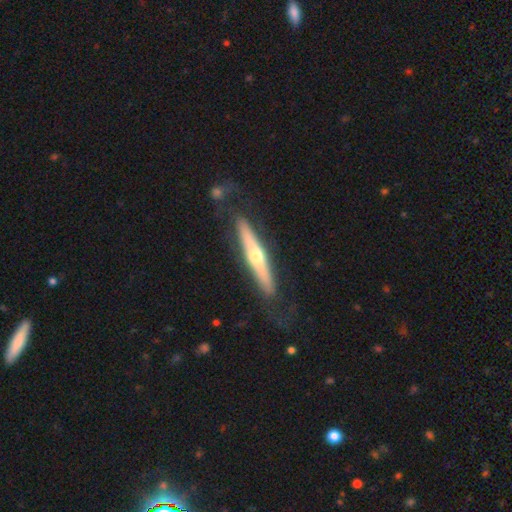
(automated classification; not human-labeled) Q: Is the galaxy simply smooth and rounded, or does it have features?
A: featured or disk — 64%.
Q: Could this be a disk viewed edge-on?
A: yes — 90%.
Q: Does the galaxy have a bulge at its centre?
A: rounded — 86%.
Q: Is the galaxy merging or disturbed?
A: none — 77%.